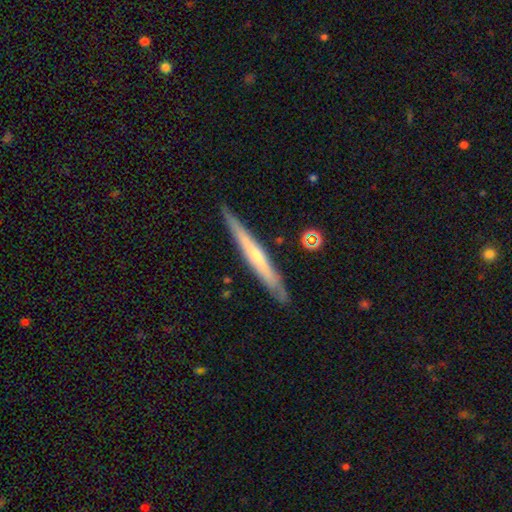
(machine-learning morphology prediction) Q: Smooth or featured?
A: featured or disk (59%); runner-up: smooth (36%)
Q: Edge-on disk?
A: yes (94%); runner-up: no (6%)
Q: Edge-on bulge?
A: none (57%); runner-up: rounded (36%)
Q: Merging?
A: none (87%); runner-up: minor disturbance (10%)